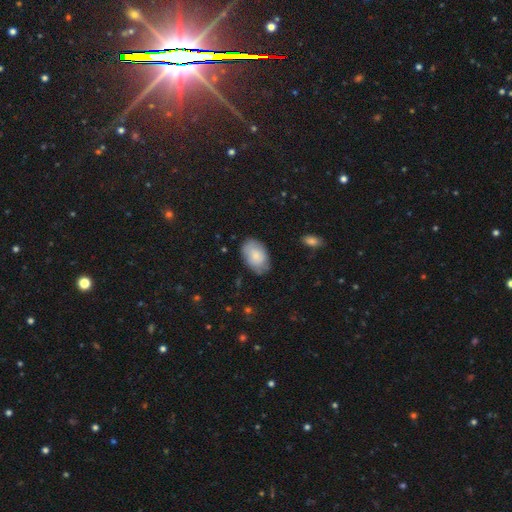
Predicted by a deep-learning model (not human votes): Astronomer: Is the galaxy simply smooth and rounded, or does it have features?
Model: smooth — 76%.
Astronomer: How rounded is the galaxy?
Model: in between — 89%.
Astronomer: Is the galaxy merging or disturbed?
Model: none — 74%.